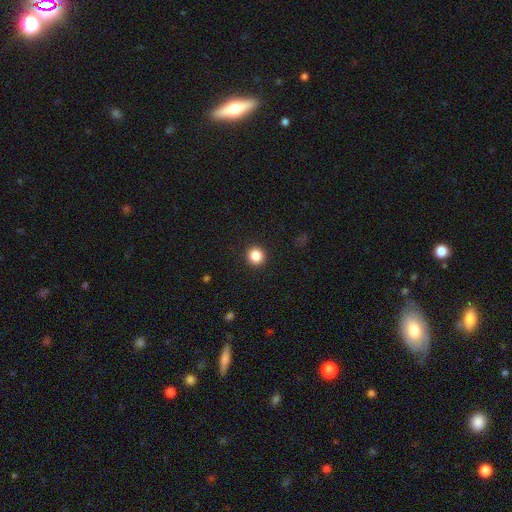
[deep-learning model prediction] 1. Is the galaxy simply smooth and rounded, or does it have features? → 86% smooth, 10% star or artifact, 4% featured or disk.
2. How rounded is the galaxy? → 94% round, 5% in between, 1% cigar-shaped.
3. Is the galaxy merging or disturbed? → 93% none, 5% minor disturbance, 2% major disturbance, 1% merger.